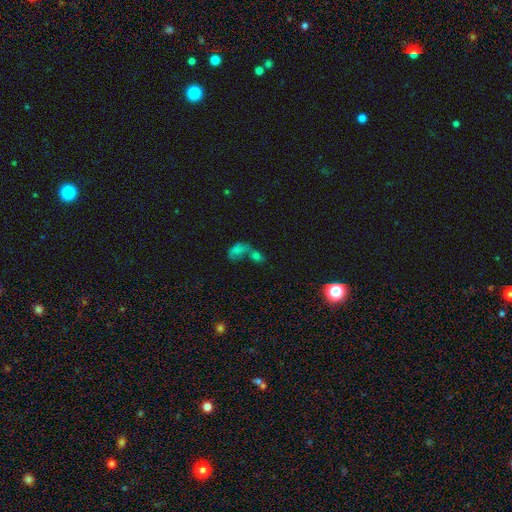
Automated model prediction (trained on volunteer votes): Smooth or featured: smooth — 63% (star or artifact — 20%)
How rounded: in between — 74% (round — 21%)
Merging: merger — 68% (none — 17%)